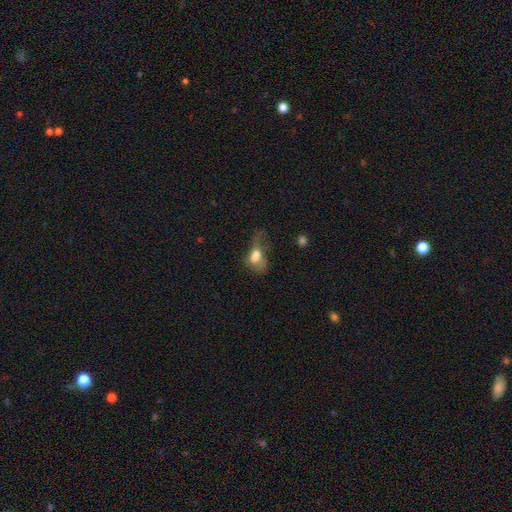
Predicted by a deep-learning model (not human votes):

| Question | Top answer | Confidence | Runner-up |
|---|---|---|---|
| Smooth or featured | smooth | 57% | featured or disk (31%) |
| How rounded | in between | 77% | round (18%) |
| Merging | major disturbance | 47% | merger (19%) |